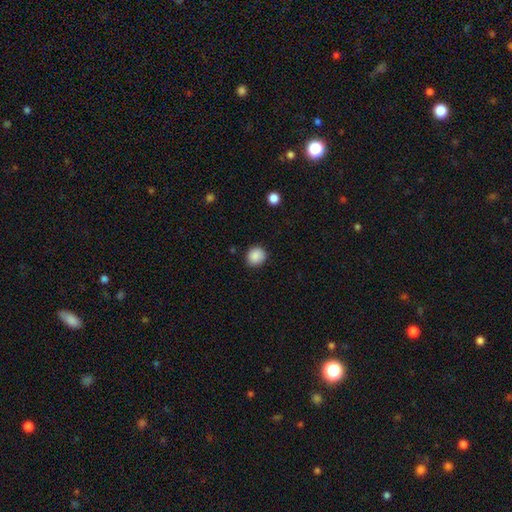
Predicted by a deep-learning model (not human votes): Overall: smooth (88%). How rounded: round (87%). Merging: none (88%).